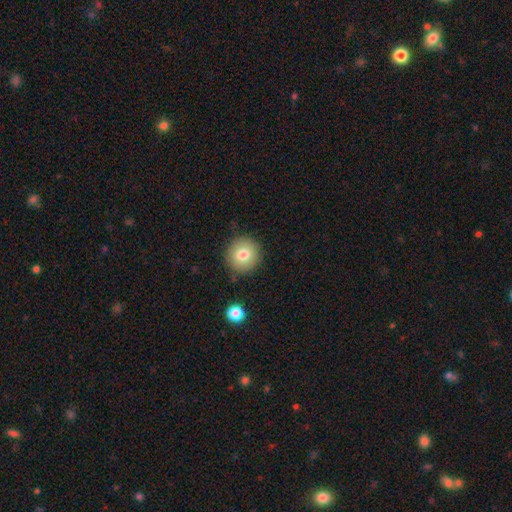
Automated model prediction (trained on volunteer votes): Morphology: type=smooth (65%); roundness=round (94%); merging=none (90%).